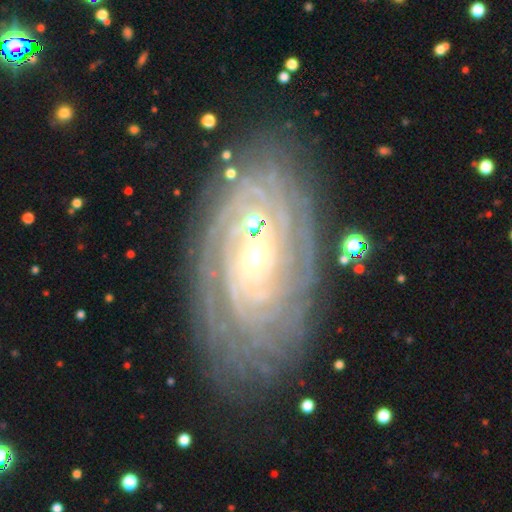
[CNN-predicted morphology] Overall: featured or disk (87%). Edge-on disk: no (94%). Bar: no (63%; weak 25%). Spiral arms: yes (96%). Spiral arm count: can't tell (34%; more than 4 19%). Spiral winding: tight (84%). Bulge size: small (54%; moderate 40%). Merging: none (77%).